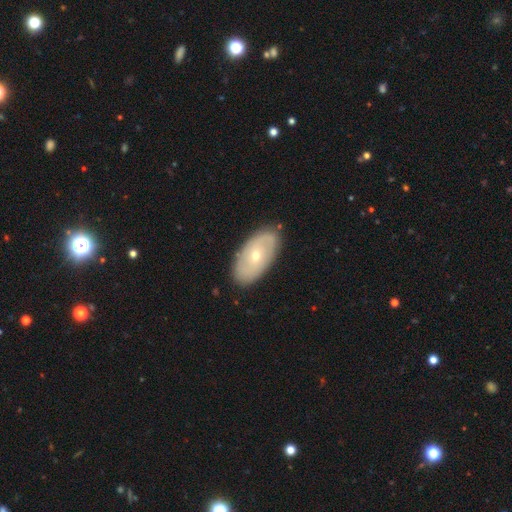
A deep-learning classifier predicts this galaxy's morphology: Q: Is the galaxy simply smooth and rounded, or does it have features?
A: featured or disk — 55%.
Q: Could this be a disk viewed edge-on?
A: no — 88%.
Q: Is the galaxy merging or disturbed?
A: none — 85%.